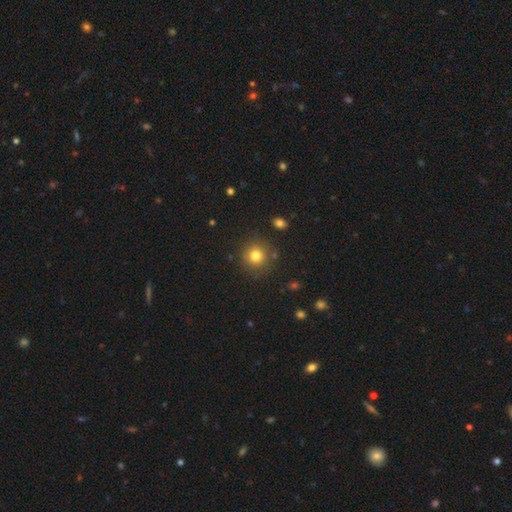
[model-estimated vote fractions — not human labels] smooth 79%, star or artifact 13%, featured or disk 8%. Down the decision tree: how rounded — round (93%); merging — none (86%).